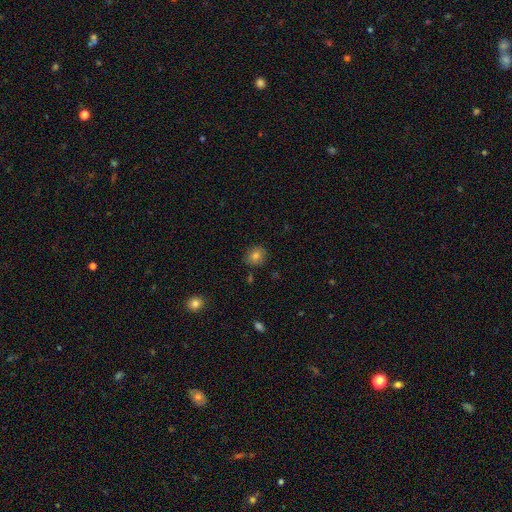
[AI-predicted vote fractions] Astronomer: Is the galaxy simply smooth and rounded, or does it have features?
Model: smooth — 80%.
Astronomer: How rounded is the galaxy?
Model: round — 74%.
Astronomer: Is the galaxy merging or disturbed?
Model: none — 84%.